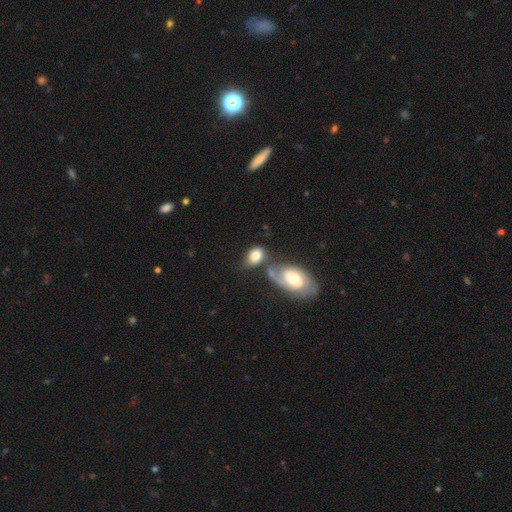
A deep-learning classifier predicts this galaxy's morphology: Overall: smooth (63%; featured or disk 30%). How rounded: in between (81%). Merging: merger (42%; none 34%).